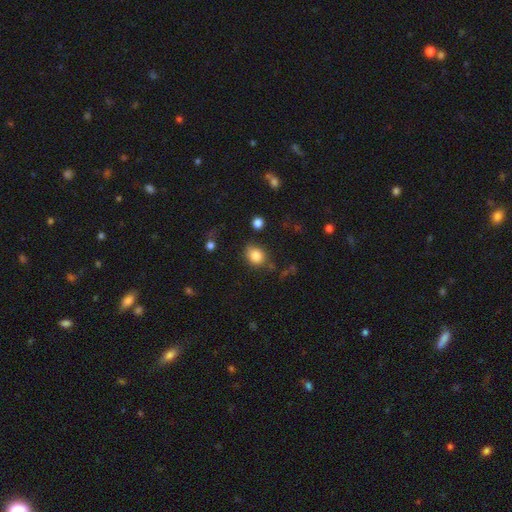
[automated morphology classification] A smooth galaxy with no disk features (84%) that is round (63%).

Vote fractions:
- Smooth or featured? smooth: 84% / star or artifact: 10% / featured or disk: 5%
- How rounded? round: 63% / in between: 36% / cigar-shaped: 1%
- Merging? none: 74% / minor disturbance: 17% / major disturbance: 5% / merger: 4%